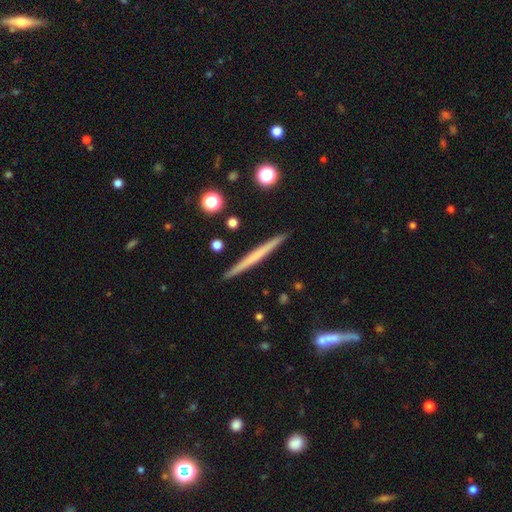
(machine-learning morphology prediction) Smooth or featured? featured or disk (49%)
Merging? none (92%)